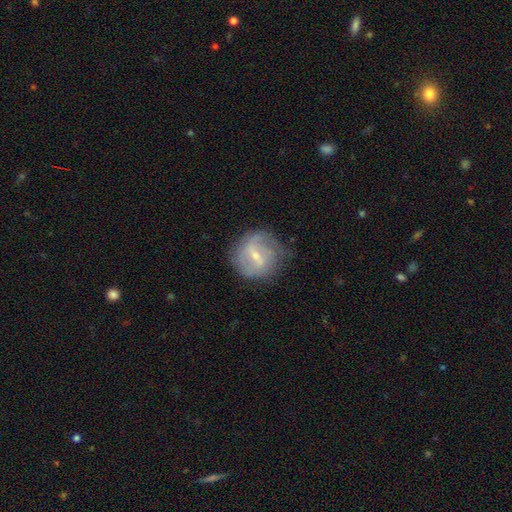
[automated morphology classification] A featured or disk galaxy (71%) with a weak bar (54%), 2 (55%) medium (41%) spiral arms (78%) and a small central bulge (63%).

Vote fractions:
- Smooth or featured? featured or disk: 71% / smooth: 22% / star or artifact: 7%
- Edge-on disk? no: 96% / yes: 4%
- Bar? weak: 54% / strong: 31% / no: 15%
- Spiral arms? yes: 78% / no: 22%
- Spiral winding? medium: 41% / tight: 33% / loose: 26%
- Spiral arm count? 2: 55% / can't tell: 27% / 1: 7% / 3: 6% / 4: 2% / more than 4: 2%
- Bulge size? small: 63% / moderate: 32% / none: 3% / large: 1% / dominant: 1%
- Merging? none: 65% / minor disturbance: 23% / major disturbance: 10% / merger: 2%